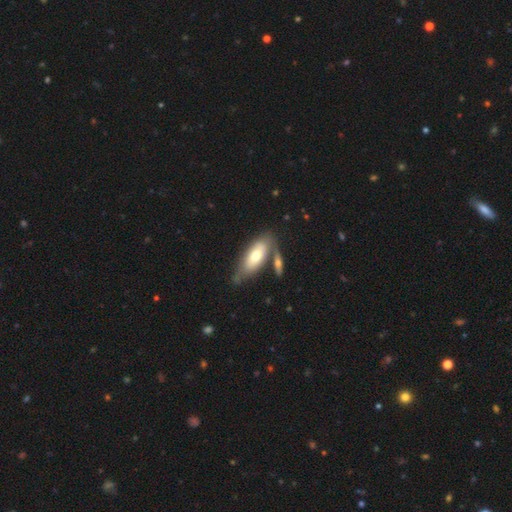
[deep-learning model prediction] The model was most divided on "merging": none: 51%, merger: 23%, minor disturbance: 19%, major disturbance: 6%. More confident: how rounded — in between (78%); smooth or featured — smooth (64%).